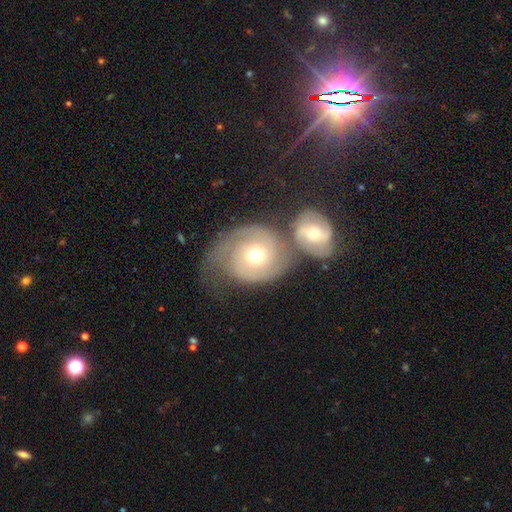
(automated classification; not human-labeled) This appears to be a featured or disk galaxy (76%) with no bar (68%), 2 (80%) tight (49%) spiral arms (92%) and a moderate central bulge (73%). Merging: merger (49%).